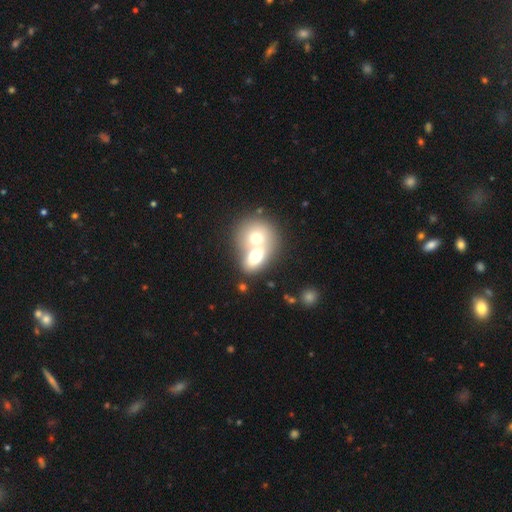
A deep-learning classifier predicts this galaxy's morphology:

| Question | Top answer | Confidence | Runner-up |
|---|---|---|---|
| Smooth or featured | smooth | 66% | featured or disk (25%) |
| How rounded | in between | 52% | round (47%) |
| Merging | merger | 72% | none (19%) |